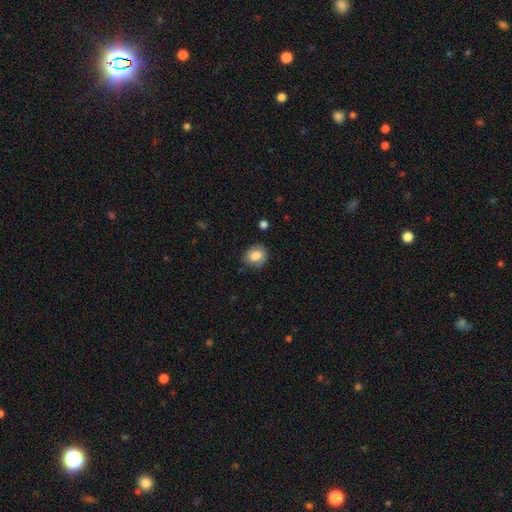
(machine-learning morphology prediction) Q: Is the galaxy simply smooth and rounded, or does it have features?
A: smooth — 80%.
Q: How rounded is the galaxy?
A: round — 66%.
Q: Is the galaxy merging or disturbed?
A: none — 83%.